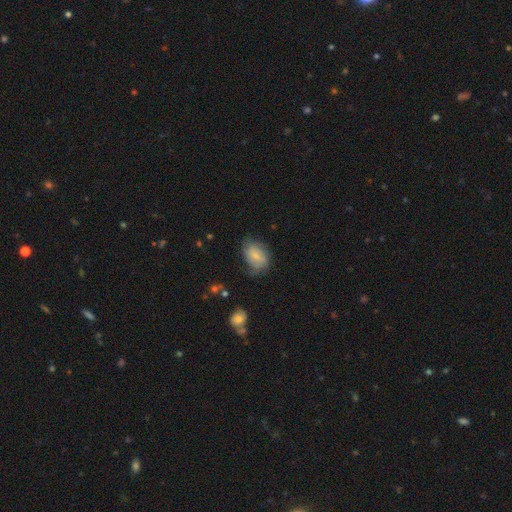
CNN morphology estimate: Smooth or featured? Predicted: smooth (p=0.62). How rounded? Predicted: in between (p=0.77). Merging? Predicted: none (p=0.54).